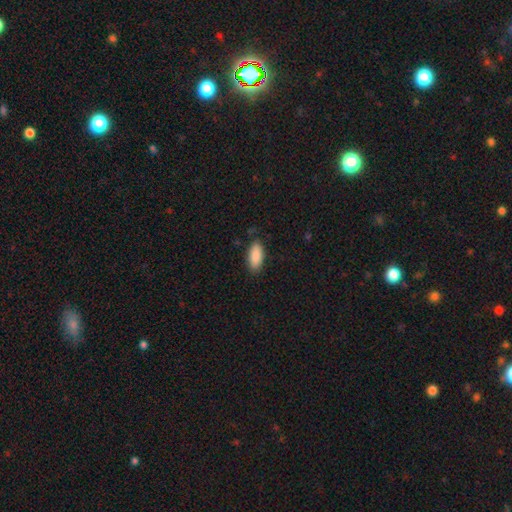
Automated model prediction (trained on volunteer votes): Smooth or featured: smooth — 89% (star or artifact — 6%)
How rounded: in between — 88% (cigar-shaped — 10%)
Merging: none — 84% (minor disturbance — 13%)